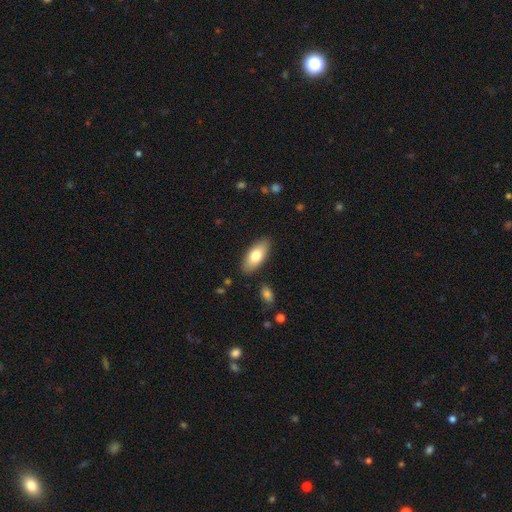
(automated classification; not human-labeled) Q: Smooth or featured?
A: smooth (77%); runner-up: featured or disk (17%)
Q: How rounded?
A: in between (86%); runner-up: cigar-shaped (11%)
Q: Merging?
A: none (87%); runner-up: minor disturbance (9%)